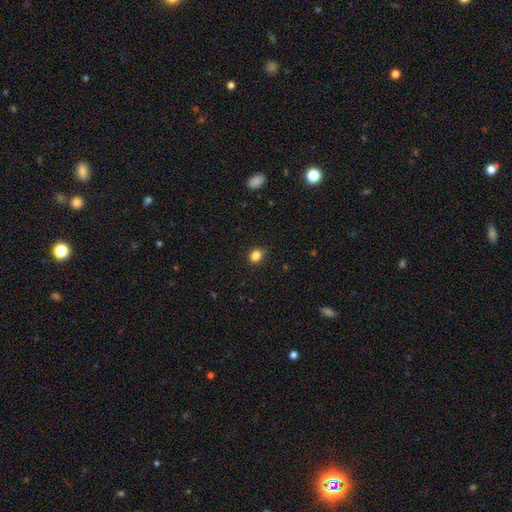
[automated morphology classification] Smooth or featured? Predicted: smooth (p=0.84). How rounded? Predicted: round (p=0.67). Merging? Predicted: none (p=0.84).